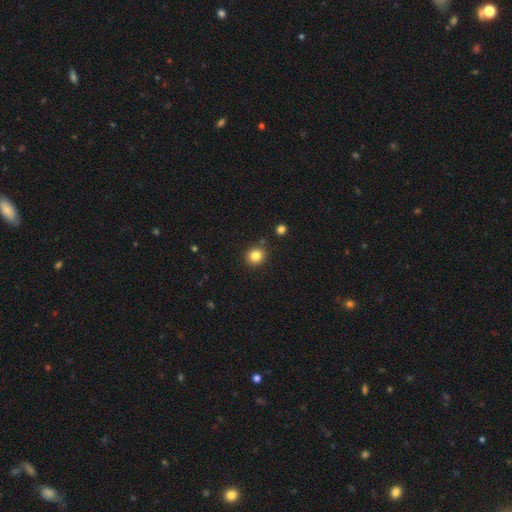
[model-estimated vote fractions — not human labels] Smooth or featured: smooth — 83% (star or artifact — 12%)
How rounded: round — 89% (in between — 10%)
Merging: none — 87% (minor disturbance — 7%)